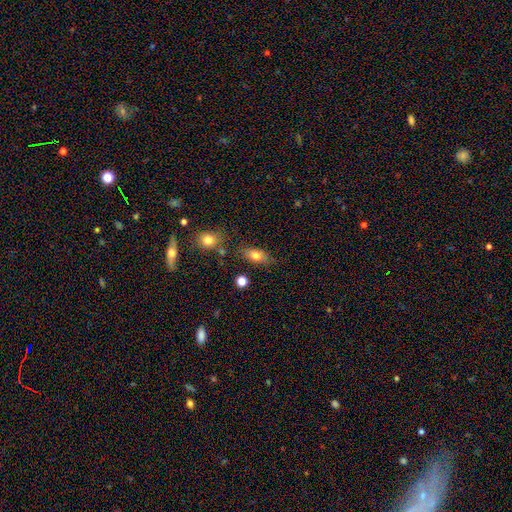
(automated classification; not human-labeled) Smooth or featured: smooth — 76% (featured or disk — 14%)
How rounded: in between — 82% (round — 10%)
Merging: none — 73% (minor disturbance — 16%)